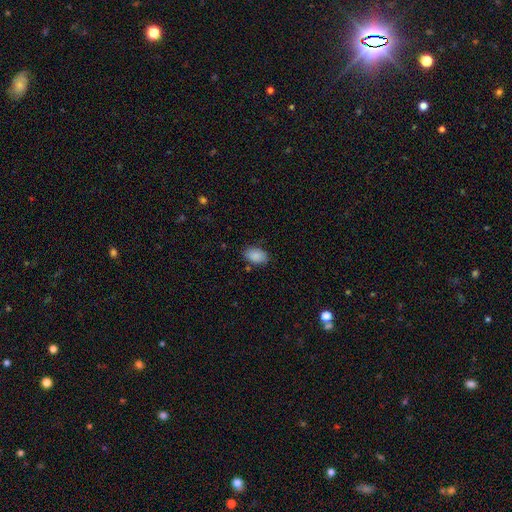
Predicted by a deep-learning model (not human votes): Q: Smooth or featured?
A: smooth (88%); runner-up: star or artifact (7%)
Q: How rounded?
A: in between (90%); runner-up: round (8%)
Q: Merging?
A: none (81%); runner-up: minor disturbance (13%)